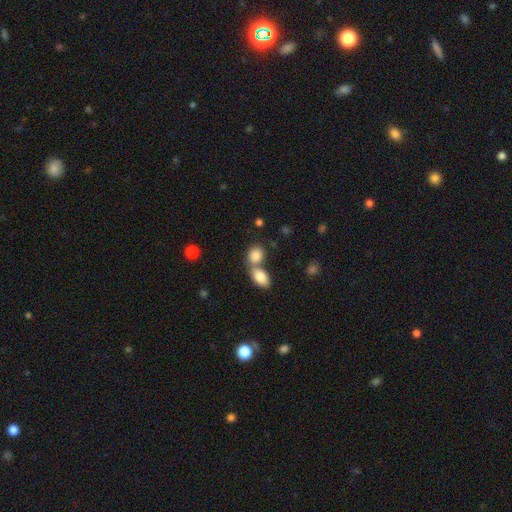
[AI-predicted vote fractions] smooth 85%, star or artifact 8%, featured or disk 7%. Down the decision tree: how rounded — in between (59%); merging — merger (52%).